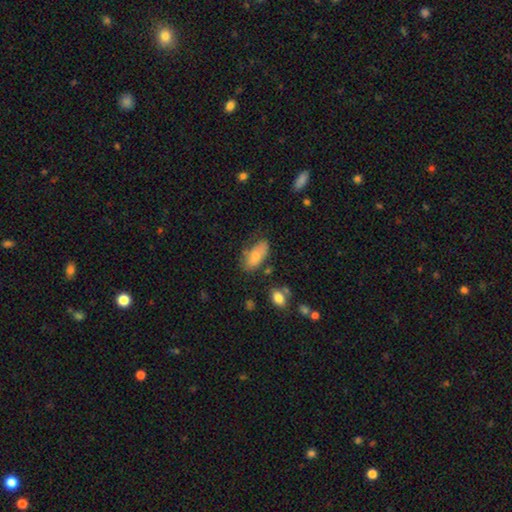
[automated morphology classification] This appears to be a smooth galaxy with no disk features (74%) that is in between round and cigar-shaped (89%). Merging: none (58%).